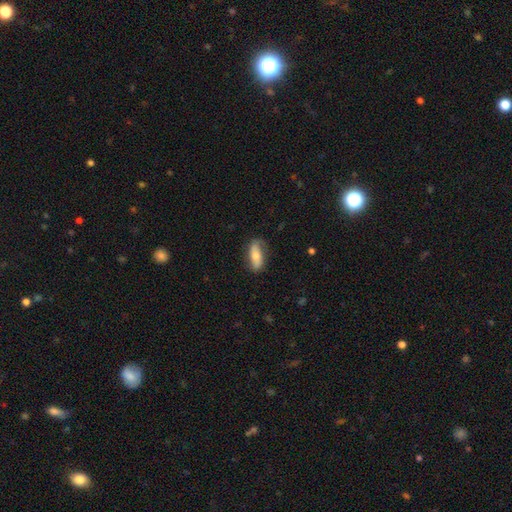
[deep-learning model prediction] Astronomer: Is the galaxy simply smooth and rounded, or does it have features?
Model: smooth — 55% (runner-up: featured or disk, 39%).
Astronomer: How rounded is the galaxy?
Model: in between — 76%.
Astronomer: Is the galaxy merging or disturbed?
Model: none — 73%.